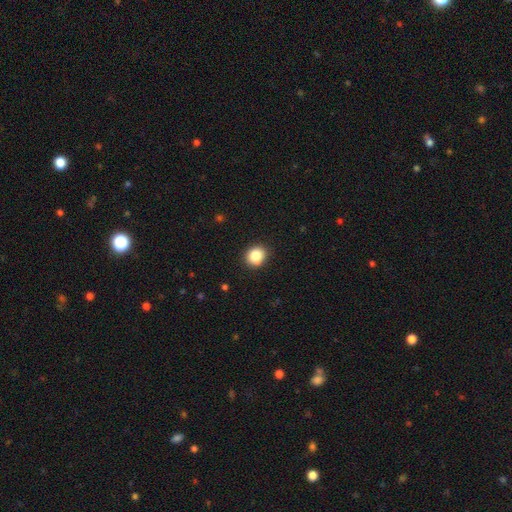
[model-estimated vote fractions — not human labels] Overall: smooth (85%). How rounded: round (73%). Merging: none (88%).